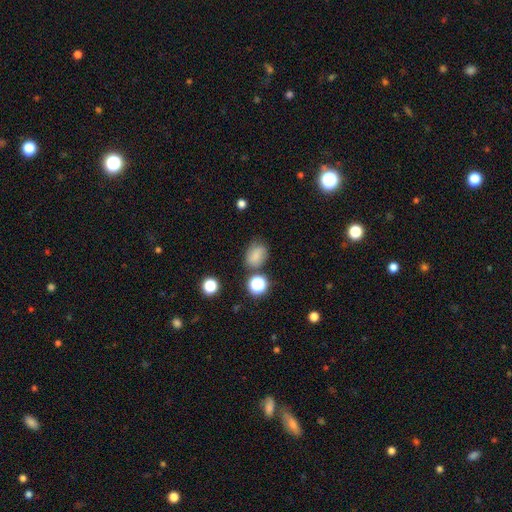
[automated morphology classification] Smooth or featured? Predicted: smooth (p=0.71). How rounded? Predicted: in between (p=0.55). Merging? Predicted: none (p=0.64).